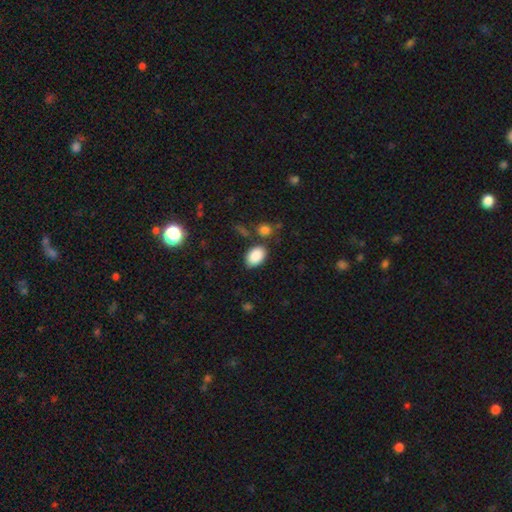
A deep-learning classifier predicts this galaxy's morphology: The model was most divided on "merging": none: 73%, minor disturbance: 14%, merger: 9%, major disturbance: 4%. More confident: how rounded — in between (89%); smooth or featured — smooth (88%).